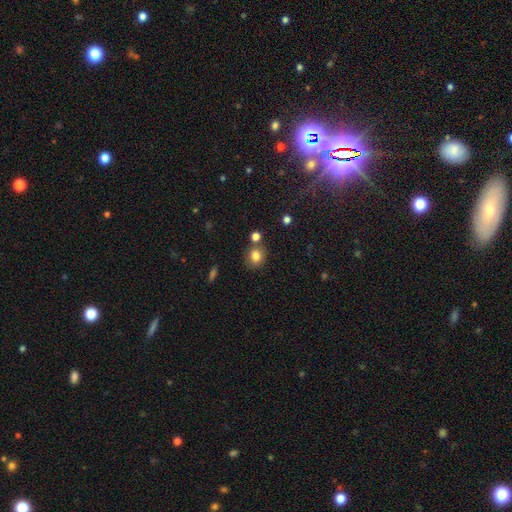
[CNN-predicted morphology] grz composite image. It shows a smooth galaxy with no disk features (82%) that is round (76%). Merging: none (71%).